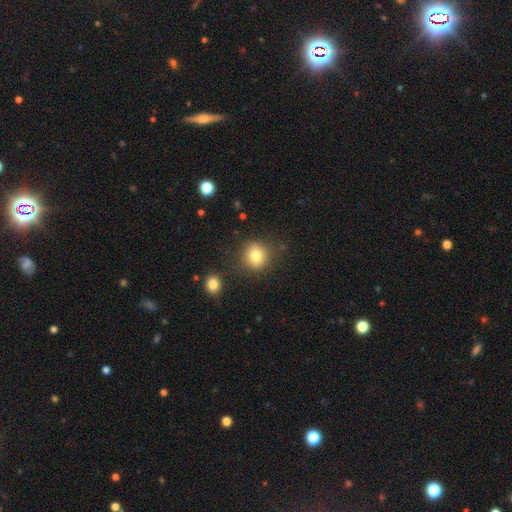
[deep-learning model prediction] Overall: smooth (80%). How rounded: round (85%). Merging: none (84%).